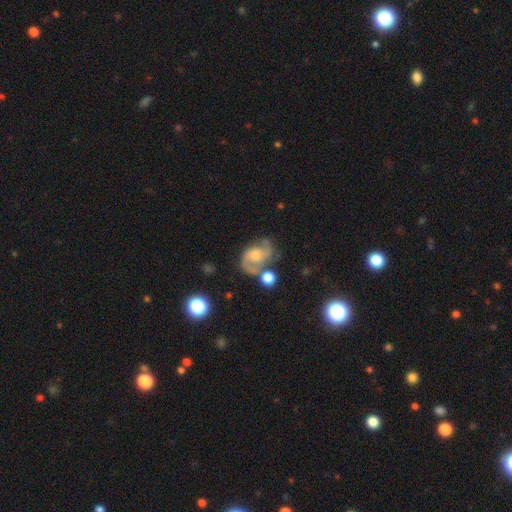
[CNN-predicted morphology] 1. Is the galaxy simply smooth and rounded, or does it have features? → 78% featured or disk, 15% smooth, 7% star or artifact.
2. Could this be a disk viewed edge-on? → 98% no, 2% yes.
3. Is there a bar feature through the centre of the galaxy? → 66% no, 29% weak, 5% strong.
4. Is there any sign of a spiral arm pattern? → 93% yes, 7% no.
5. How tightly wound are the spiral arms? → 54% medium, 25% loose, 21% tight.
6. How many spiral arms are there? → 85% 2, 6% can't tell, 3% 1, 3% 3, 1% 4, 1% more than 4.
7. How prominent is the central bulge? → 42% moderate, 40% small, 9% none, 8% large, 2% dominant.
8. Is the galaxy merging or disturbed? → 48% none, 22% minor disturbance, 15% merger, 15% major disturbance.